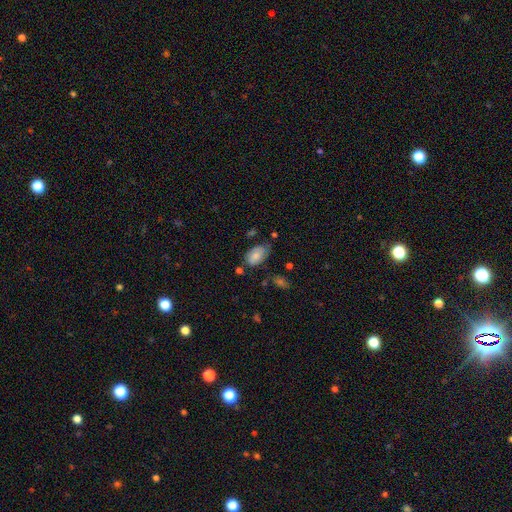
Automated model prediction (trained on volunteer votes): This is likely a smooth galaxy (67%). How rounded: clearly in between (91%). Merging: possibly none (52%).